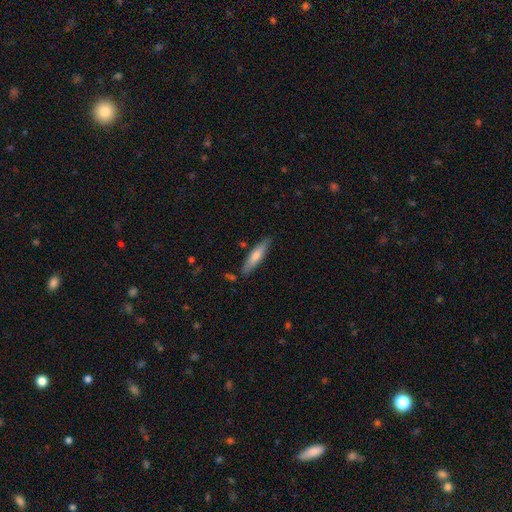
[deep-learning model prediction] Smooth or featured? smooth (61%)
How rounded? cigar-shaped (84%)
Merging? none (85%)